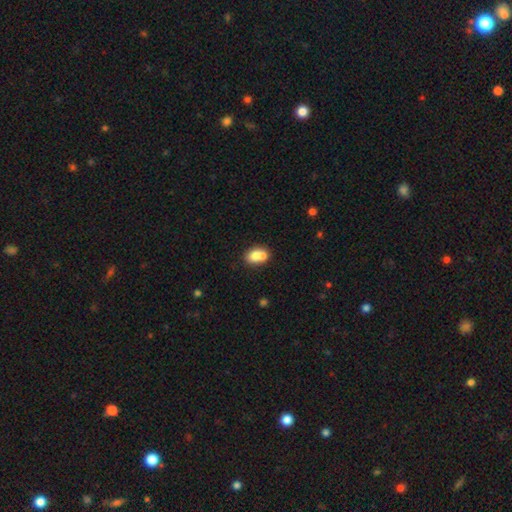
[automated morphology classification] smooth-or-featured: smooth: 73% | featured or disk: 18% | star or artifact: 9%
  how-rounded: in between: 68% | round: 31% | cigar-shaped: 1%
  merging: merger: 52% | none: 35% | minor disturbance: 10% | major disturbance: 3%